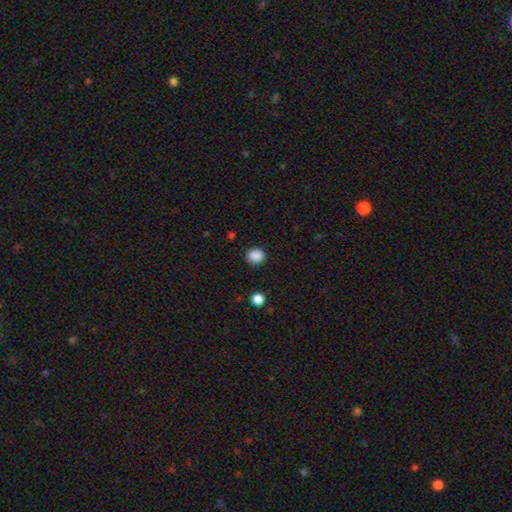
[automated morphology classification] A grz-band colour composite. It shows a smooth galaxy with no disk features (88%) that is round (78%). Merging: none (89%).